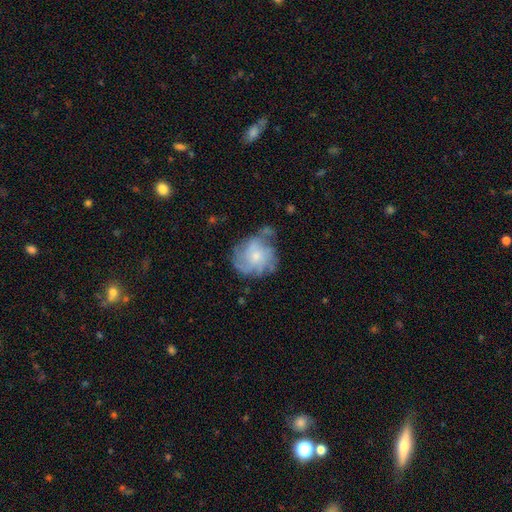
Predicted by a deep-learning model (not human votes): Overall: featured or disk (61%; smooth 30%). Edge-on disk: no (97%). Bar: no (79%). Spiral arms: yes (76%). Bulge size: small (53%; moderate 37%). Merging: none (56%; minor disturbance 25%).